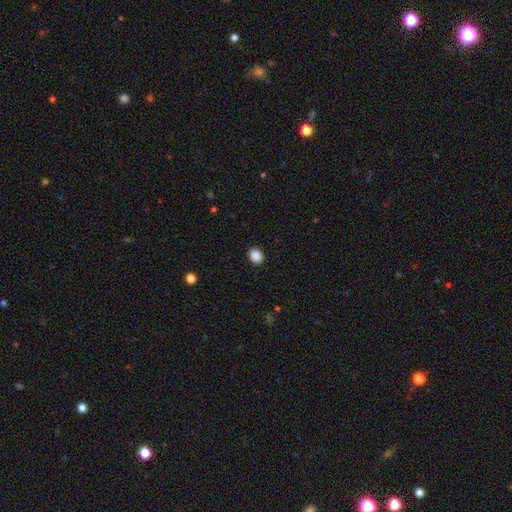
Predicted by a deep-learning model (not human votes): Q: Smooth or featured?
A: smooth (89%); runner-up: star or artifact (9%)
Q: How rounded?
A: round (51%); runner-up: in between (48%)
Q: Merging?
A: none (91%); runner-up: minor disturbance (6%)